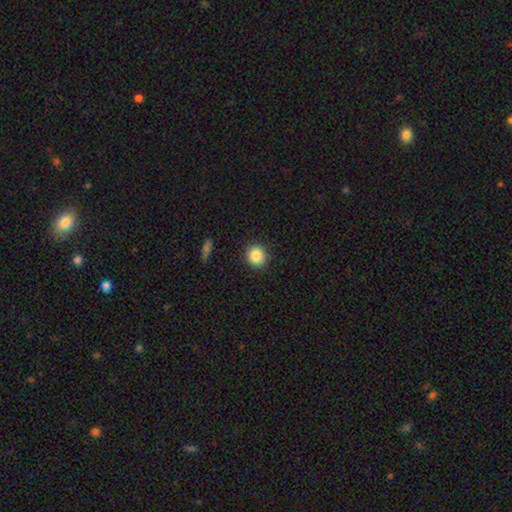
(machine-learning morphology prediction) A smooth galaxy with no disk features (86%) that is round (87%).

Vote fractions:
- Smooth or featured? smooth: 86% / star or artifact: 9% / featured or disk: 5%
- How rounded? round: 87% / in between: 12% / cigar-shaped: 1%
- Merging? none: 90% / minor disturbance: 7% / major disturbance: 2% / merger: 1%